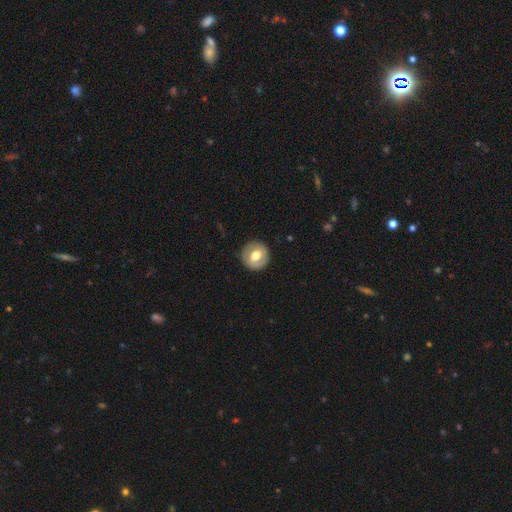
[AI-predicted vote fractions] smooth_or_featured: smooth (p=0.54) [alt: featured or disk p=0.39]
how_rounded: round (p=0.92) [alt: in between p=0.07]
merging: none (p=0.89) [alt: minor disturbance p=0.08]